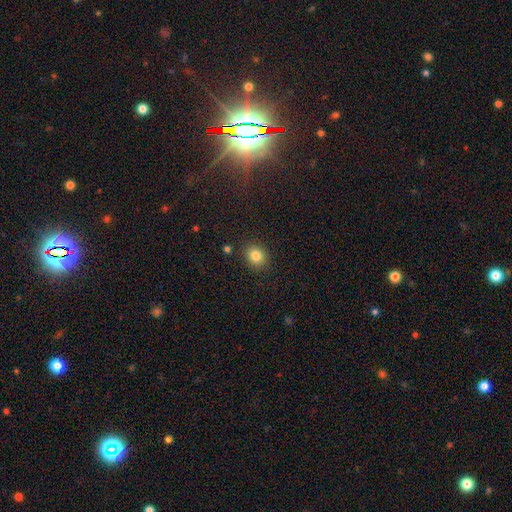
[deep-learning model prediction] smooth_or_featured: smooth (p=0.83) [alt: star or artifact p=0.11]
how_rounded: round (p=0.71) [alt: in between p=0.28]
merging: none (p=0.88) [alt: minor disturbance p=0.08]